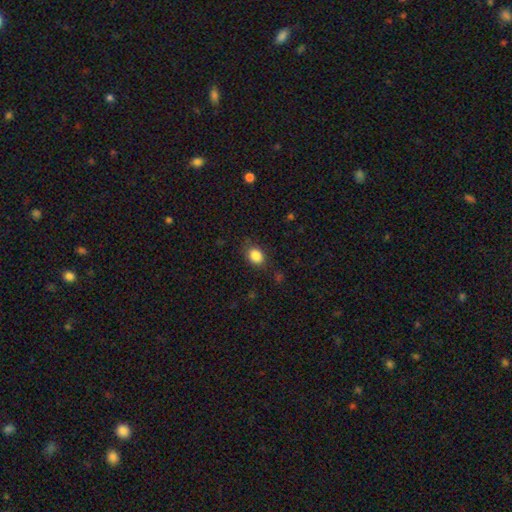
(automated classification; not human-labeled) Smooth or featured?
  - smooth: 86% *
  - star or artifact: 9%
  - featured or disk: 5%
How rounded?
  - in between: 60% *
  - round: 39%
  - cigar-shaped: 1%
Merging?
  - none: 80% *
  - minor disturbance: 15%
  - major disturbance: 4%
  - merger: 1%